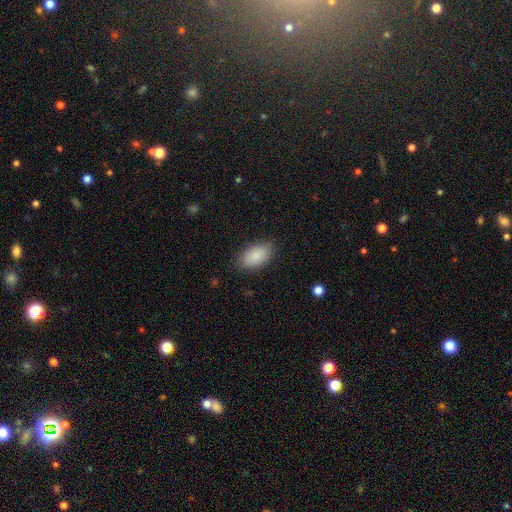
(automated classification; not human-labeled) This appears to be a smooth galaxy with no disk features (89%) that is in between round and cigar-shaped (94%). Merging: none (84%).